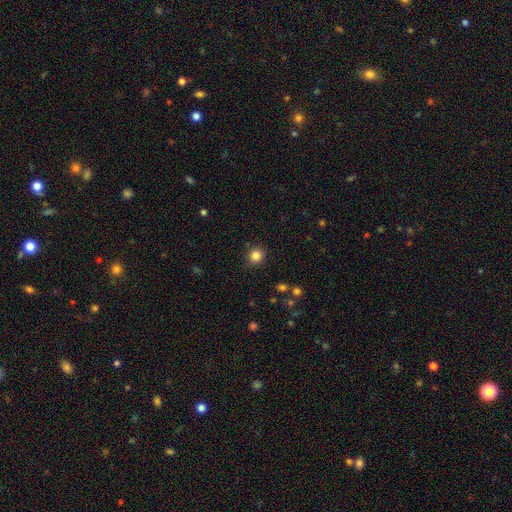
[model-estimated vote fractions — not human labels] A smooth galaxy with no disk features (83%) that is round (91%). Merging: none (90%).